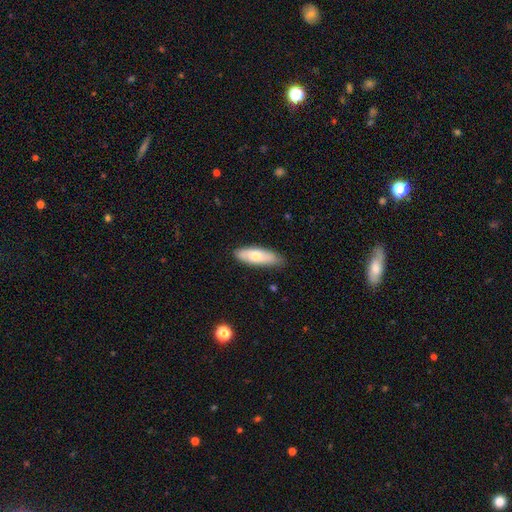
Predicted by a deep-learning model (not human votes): Q: Smooth or featured?
A: smooth (69%); runner-up: featured or disk (25%)
Q: How rounded?
A: in between (65%); runner-up: cigar-shaped (33%)
Q: Merging?
A: none (83%); runner-up: minor disturbance (14%)